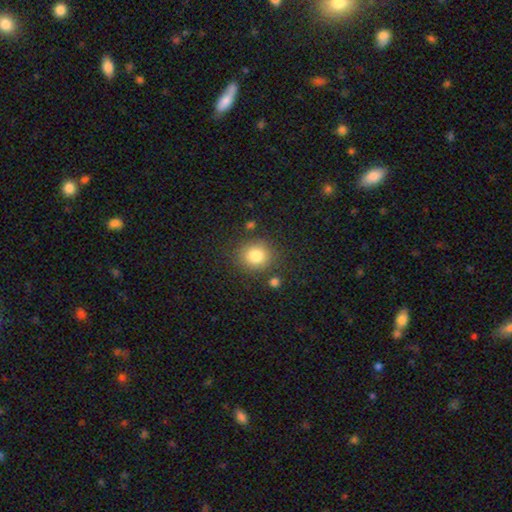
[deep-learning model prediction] Smooth or featured: smooth — 82% (star or artifact — 11%)
How rounded: round — 79% (in between — 20%)
Merging: none — 82% (minor disturbance — 10%)